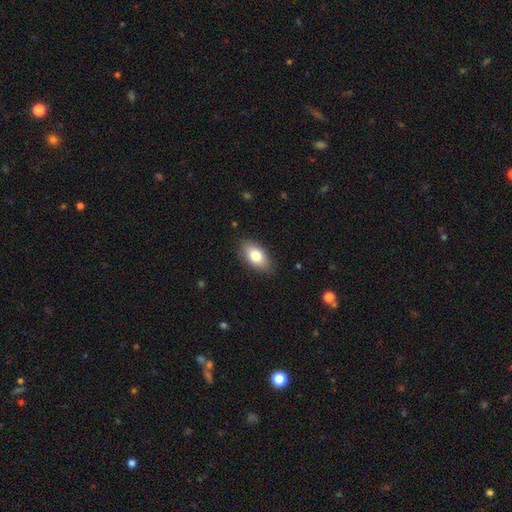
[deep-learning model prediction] A smooth galaxy with no disk features (79%) that is in between round and cigar-shaped (91%).

Vote fractions:
- Smooth or featured? smooth: 79% / featured or disk: 14% / star or artifact: 7%
- How rounded? in between: 91% / round: 6% / cigar-shaped: 3%
- Merging? none: 85% / minor disturbance: 11% / major disturbance: 2% / merger: 1%